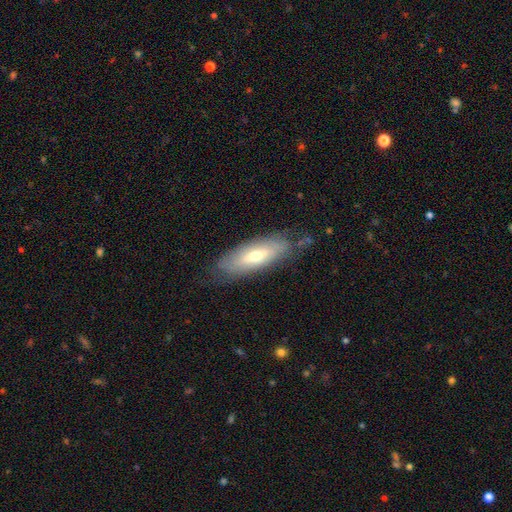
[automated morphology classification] Smooth or featured? Predicted: featured or disk (p=0.47). Merging? Predicted: none (p=0.76).